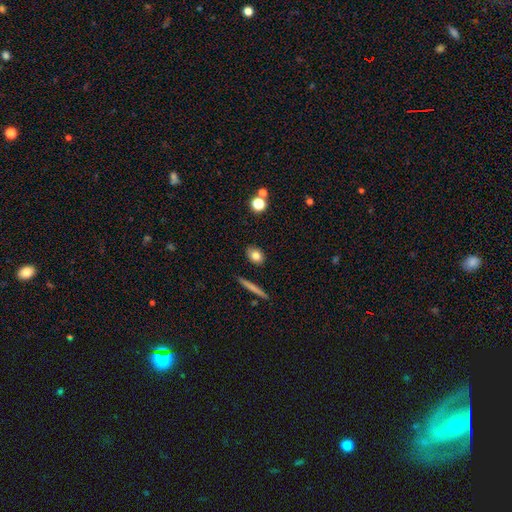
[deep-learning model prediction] The model was most divided on "how rounded": in between: 56%, round: 39%, cigar-shaped: 5%. More confident: merging — none (85%); smooth or featured — smooth (79%).